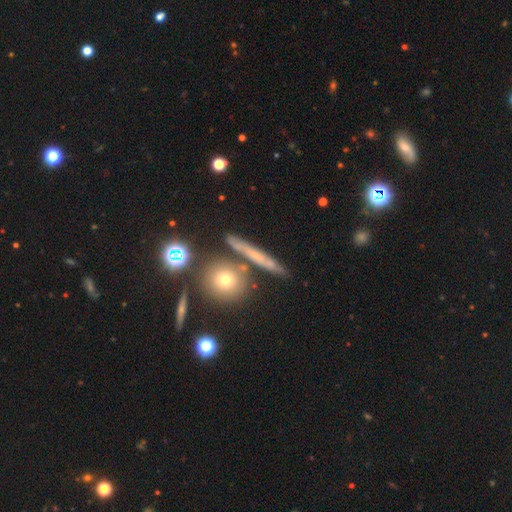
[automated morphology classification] The model was most divided on "smooth or featured": featured or disk: 45%, smooth: 42%, star or artifact: 13%. More confident: merging — none (78%).